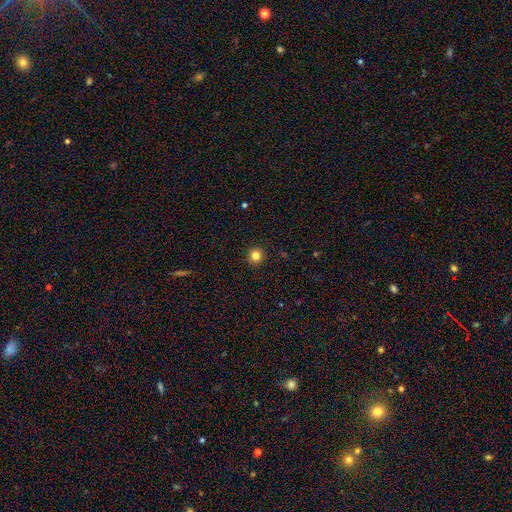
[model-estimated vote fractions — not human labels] Overall: smooth (82%). How rounded: round (95%). Merging: none (93%).